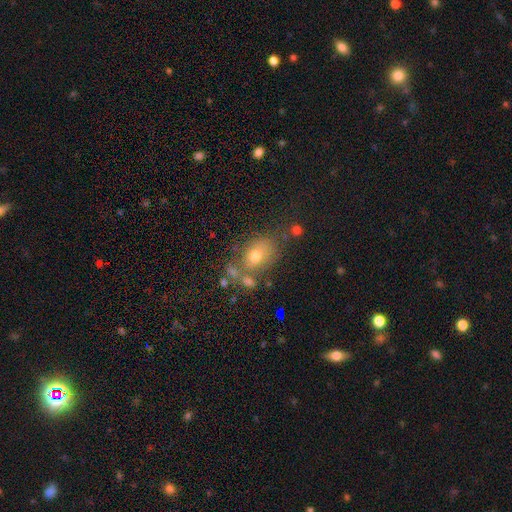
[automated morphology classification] This appears to be a smooth galaxy with no disk features (68%) that is in between round and cigar-shaped (65%). Merging: none (55%).